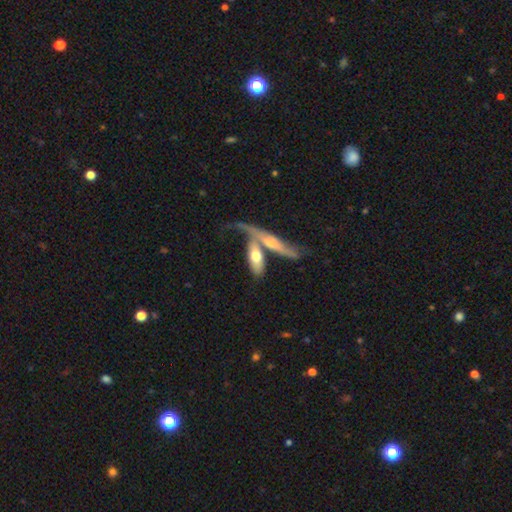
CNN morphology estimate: Smooth or featured: smooth — 53% (featured or disk — 41%)
How rounded: in between — 61% (cigar-shaped — 36%)
Merging: merger — 57% (none — 21%)